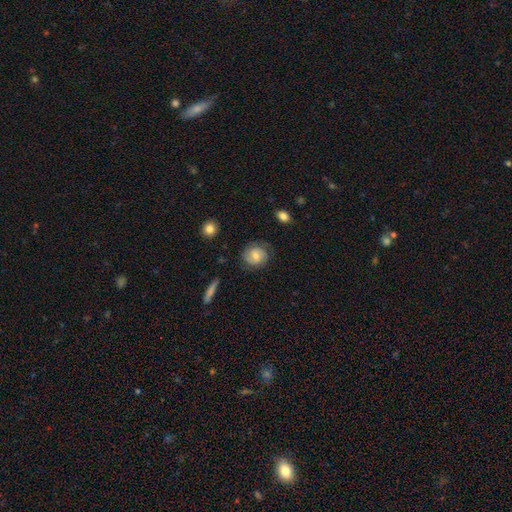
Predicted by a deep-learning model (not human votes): Q: Smooth or featured?
A: smooth (58%); runner-up: featured or disk (34%)
Q: How rounded?
A: round (76%); runner-up: in between (23%)
Q: Merging?
A: none (73%); runner-up: minor disturbance (19%)